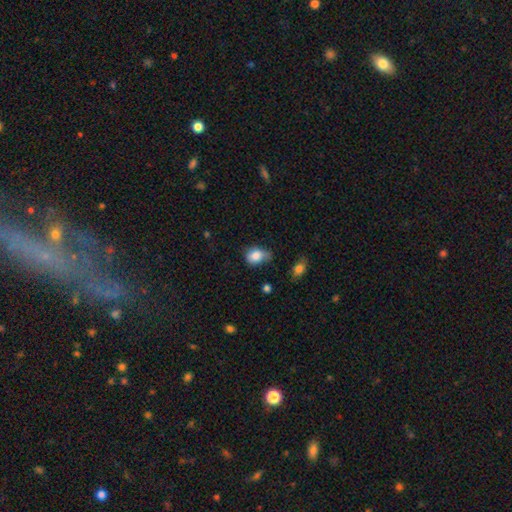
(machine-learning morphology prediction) This appears to be a smooth galaxy with no disk features (82%) that is in between round and cigar-shaped (63%). Merging: minor disturbance (42%).